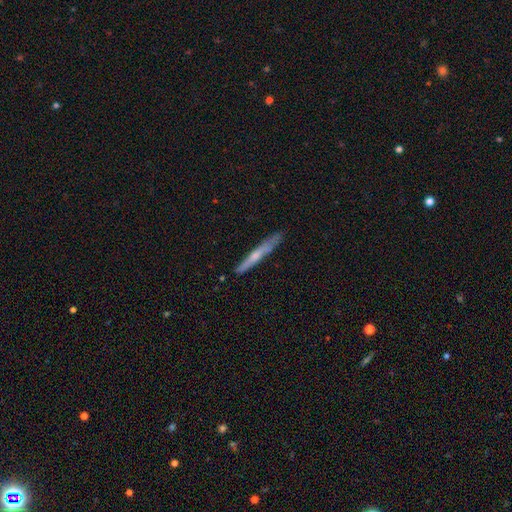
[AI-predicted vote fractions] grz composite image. It shows a featured or disk galaxy (48%). Merging: none (84%).